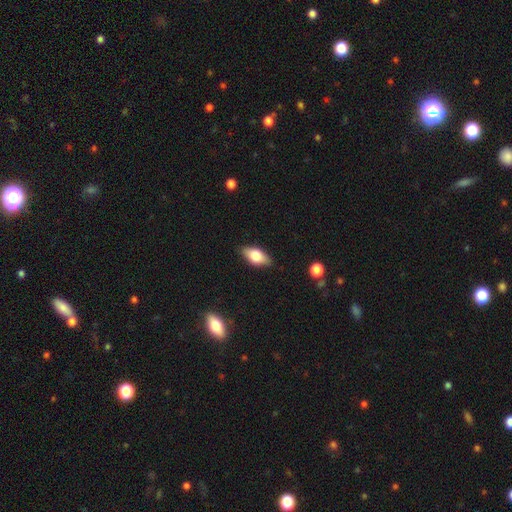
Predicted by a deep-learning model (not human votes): Smooth or featured? smooth (63%)
How rounded? in between (85%)
Merging? none (84%)